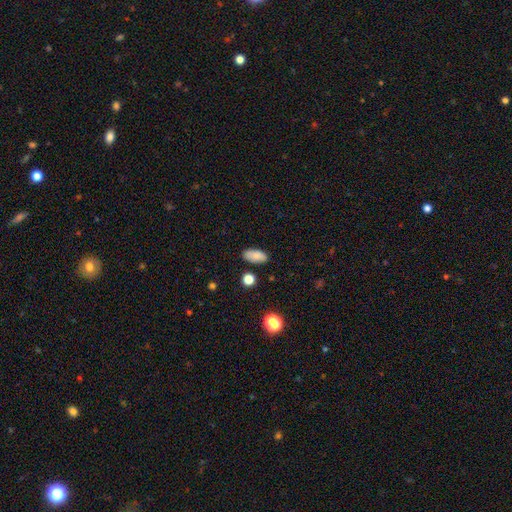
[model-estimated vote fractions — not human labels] This appears to be a smooth galaxy with no disk features (85%) that is in between round and cigar-shaped (90%). Merging: none (84%).